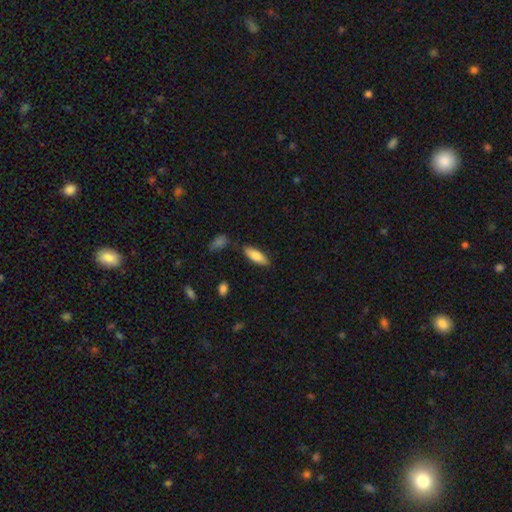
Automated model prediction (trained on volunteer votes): The model was most divided on "how rounded": in between: 63%, cigar-shaped: 35%, round: 2%. More confident: merging — none (81%); smooth or featured — smooth (78%).